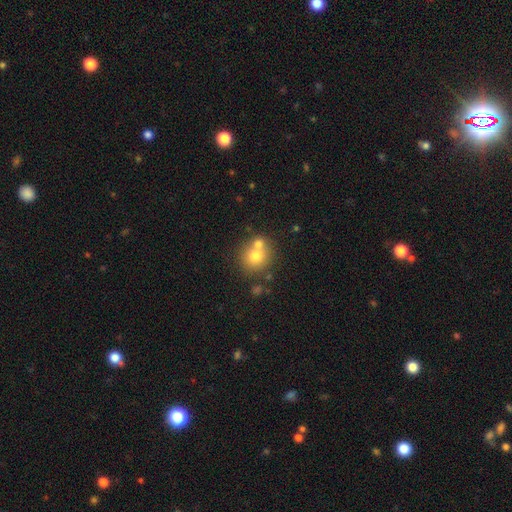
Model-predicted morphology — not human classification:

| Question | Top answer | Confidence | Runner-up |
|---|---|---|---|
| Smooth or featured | smooth | 73% | featured or disk (16%) |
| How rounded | round | 84% | in between (15%) |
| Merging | none | 51% | merger (36%) |